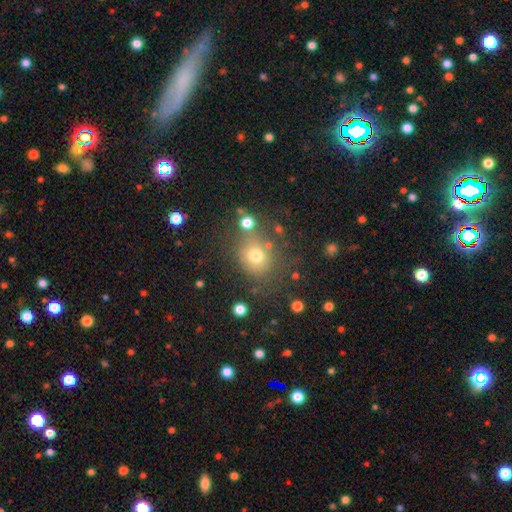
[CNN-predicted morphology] smooth 70%, star or artifact 18%, featured or disk 11%. Down the decision tree: how rounded — round (68%); merging — none (66%).